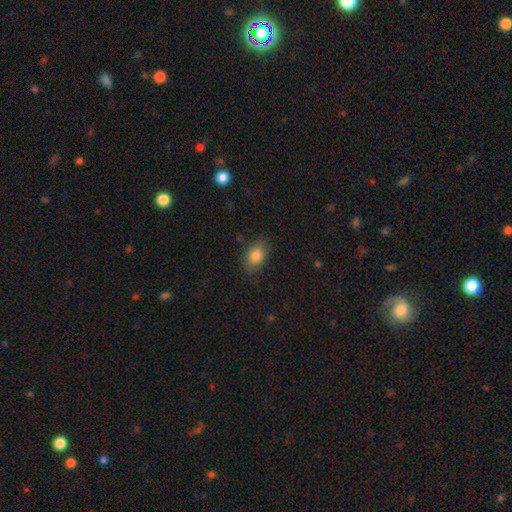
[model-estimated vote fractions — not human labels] A smooth galaxy with no disk features (83%) that is in between round and cigar-shaped (85%).

Vote fractions:
- Smooth or featured? smooth: 83% / featured or disk: 9% / star or artifact: 9%
- How rounded? in between: 85% / round: 13% / cigar-shaped: 2%
- Merging? none: 80% / minor disturbance: 15% / major disturbance: 4% / merger: 1%